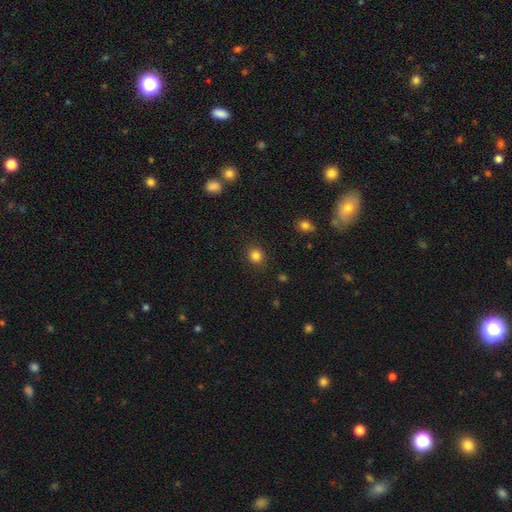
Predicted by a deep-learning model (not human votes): Smooth or featured?
  - smooth: 84% *
  - star or artifact: 12%
  - featured or disk: 4%
How rounded?
  - round: 80% *
  - in between: 19%
  - cigar-shaped: 1%
Merging?
  - none: 87% *
  - minor disturbance: 9%
  - major disturbance: 3%
  - merger: 1%